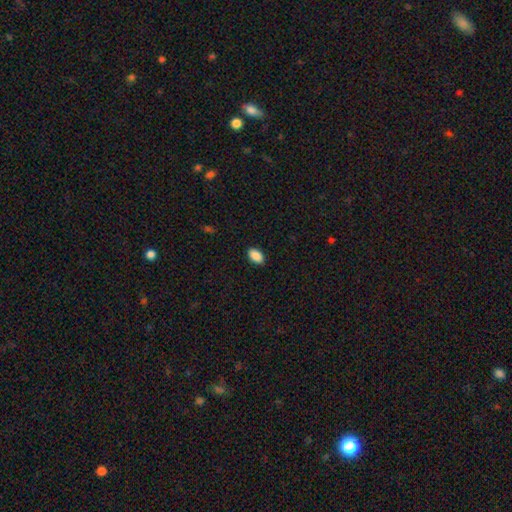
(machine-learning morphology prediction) This appears to be a smooth galaxy with no disk features (90%) that is in between round and cigar-shaped (92%). Merging: none (89%).